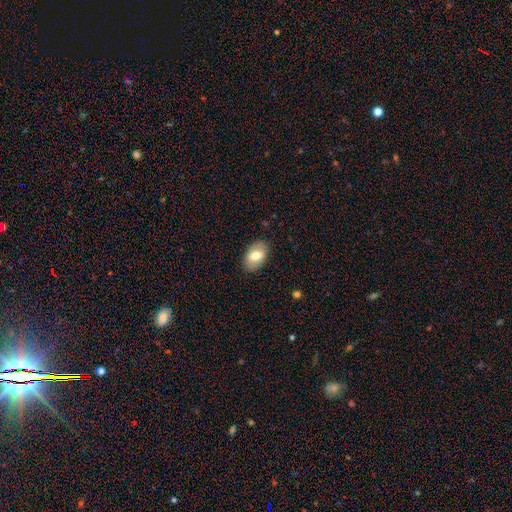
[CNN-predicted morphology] smooth_or_featured: smooth (p=0.72) [alt: featured or disk p=0.21]
how_rounded: in between (p=0.90) [alt: round p=0.09]
merging: none (p=0.86) [alt: minor disturbance p=0.10]